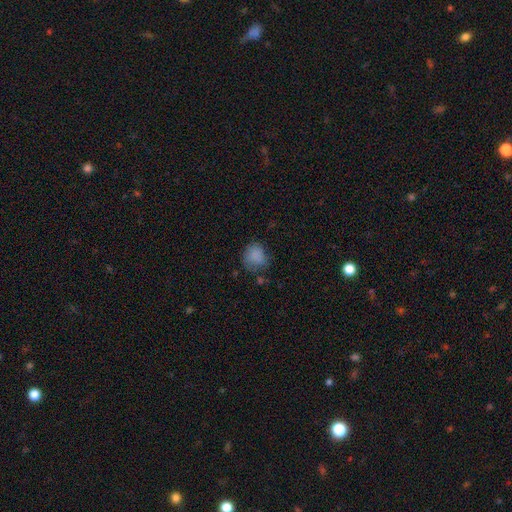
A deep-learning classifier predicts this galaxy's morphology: Smooth or featured?
  - smooth: 81% *
  - star or artifact: 10%
  - featured or disk: 10%
How rounded?
  - round: 68% *
  - in between: 31%
  - cigar-shaped: 1%
Merging?
  - none: 53% *
  - minor disturbance: 29%
  - major disturbance: 14%
  - merger: 4%